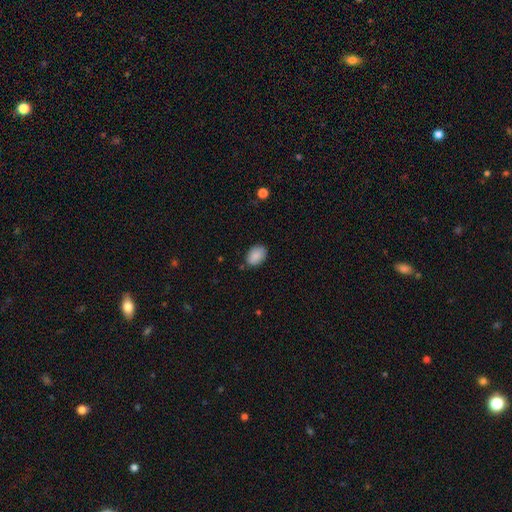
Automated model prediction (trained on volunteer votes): This is clearly a smooth galaxy (89%). How rounded: clearly in between (87%). Merging: clearly none (82%).